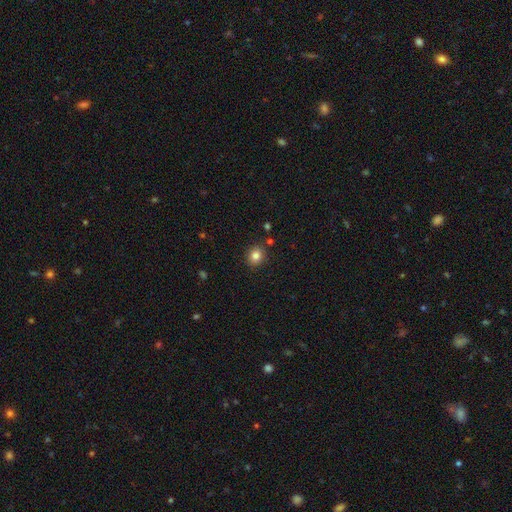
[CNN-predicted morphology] Smooth or featured? smooth (82%)
How rounded? round (70%)
Merging? none (87%)